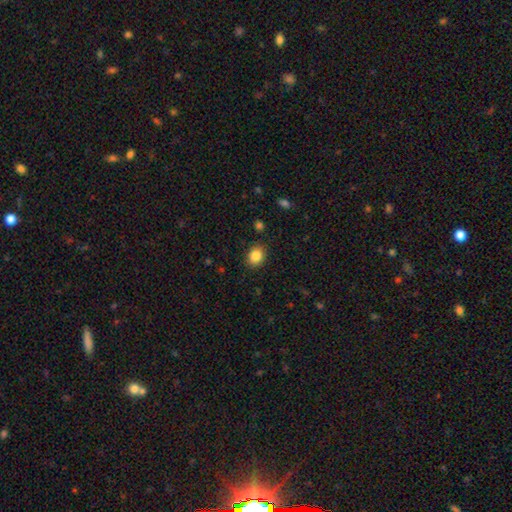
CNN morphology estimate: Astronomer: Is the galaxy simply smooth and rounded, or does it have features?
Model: smooth — 86%.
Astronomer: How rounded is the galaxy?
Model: round — 56% (runner-up: in between, 43%).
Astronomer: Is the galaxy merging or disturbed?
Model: none — 88%.